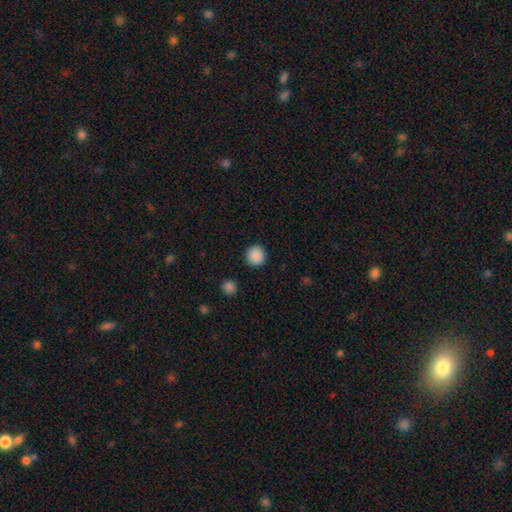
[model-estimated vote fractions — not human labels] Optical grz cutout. It shows a smooth galaxy with no disk features (89%) that is round (92%). Merging: none (91%).